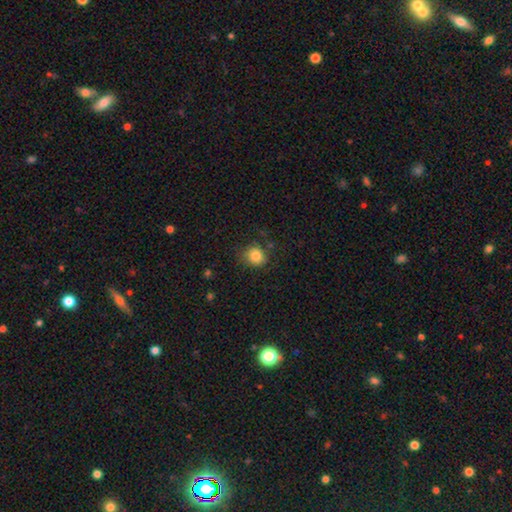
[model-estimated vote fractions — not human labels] The model was most divided on "merging": none: 76%, minor disturbance: 17%, major disturbance: 5%, merger: 3%. More confident: smooth or featured — smooth (84%); how rounded — round (79%).